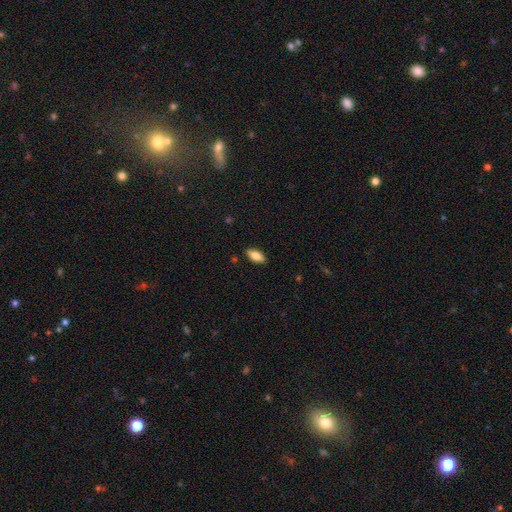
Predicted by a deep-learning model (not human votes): This is likely a smooth galaxy (74%). How rounded: clearly in between (82%). Merging: clearly none (88%).